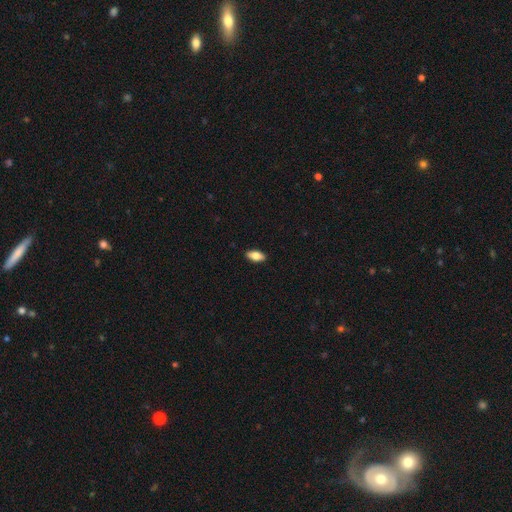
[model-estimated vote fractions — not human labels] This is likely a smooth galaxy (77%). How rounded: clearly in between (88%). Merging: clearly none (90%).